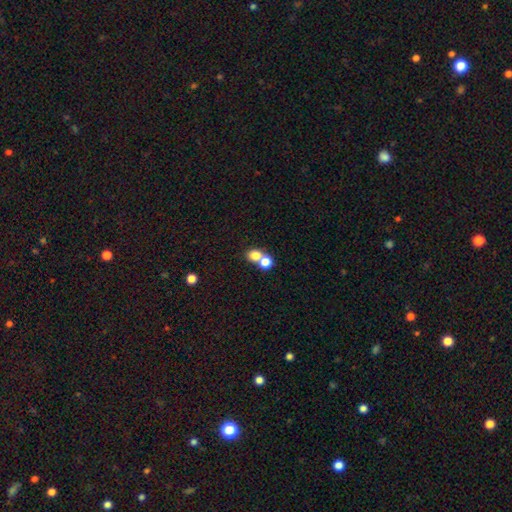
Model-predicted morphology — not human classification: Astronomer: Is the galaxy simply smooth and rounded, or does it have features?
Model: smooth — 78%.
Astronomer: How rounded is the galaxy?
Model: round — 70%.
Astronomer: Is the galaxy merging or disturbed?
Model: merger — 53% (runner-up: none, 38%).